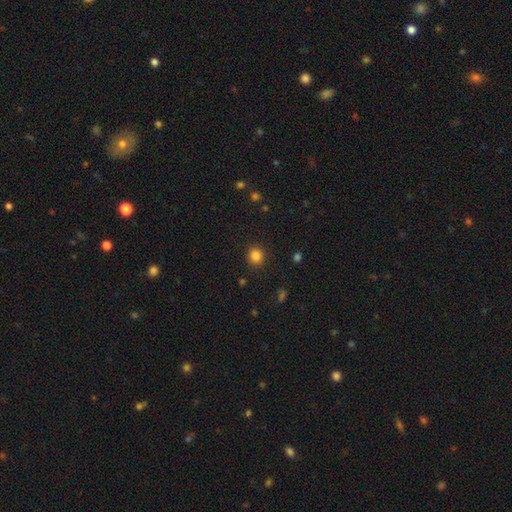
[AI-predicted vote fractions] Smooth or featured: smooth — 84% (star or artifact — 12%)
How rounded: round — 83% (in between — 16%)
Merging: none — 90% (minor disturbance — 7%)